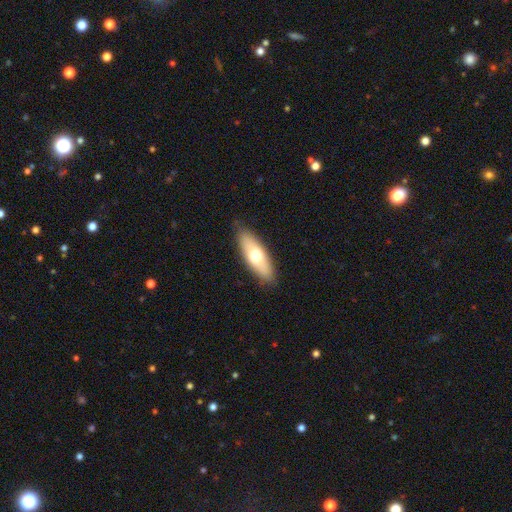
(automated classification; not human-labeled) smooth_or_featured: smooth (p=0.62) [alt: featured or disk p=0.32]
how_rounded: in between (p=0.62) [alt: cigar-shaped p=0.36]
merging: none (p=0.85) [alt: minor disturbance p=0.11]